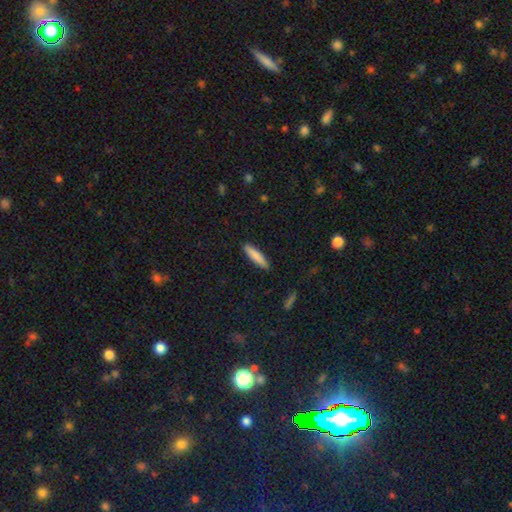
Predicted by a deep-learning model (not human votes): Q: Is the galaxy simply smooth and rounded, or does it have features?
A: smooth — 82%.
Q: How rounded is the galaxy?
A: cigar-shaped — 84%.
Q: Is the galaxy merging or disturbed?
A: none — 90%.